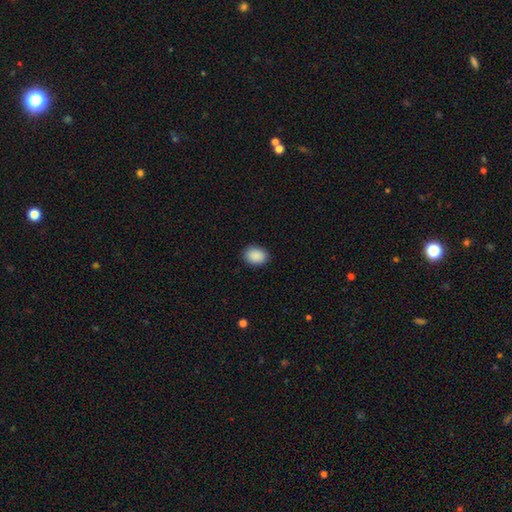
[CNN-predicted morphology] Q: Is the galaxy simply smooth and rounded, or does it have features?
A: smooth — 90%.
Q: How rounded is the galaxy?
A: in between — 69%.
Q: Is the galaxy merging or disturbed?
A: none — 89%.